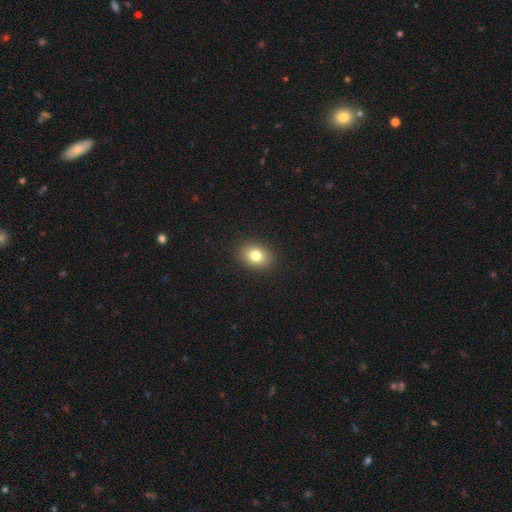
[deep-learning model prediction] smooth_or_featured: smooth (p=0.80) [alt: star or artifact p=0.10]
how_rounded: in between (p=0.61) [alt: round p=0.38]
merging: none (p=0.90) [alt: minor disturbance p=0.07]